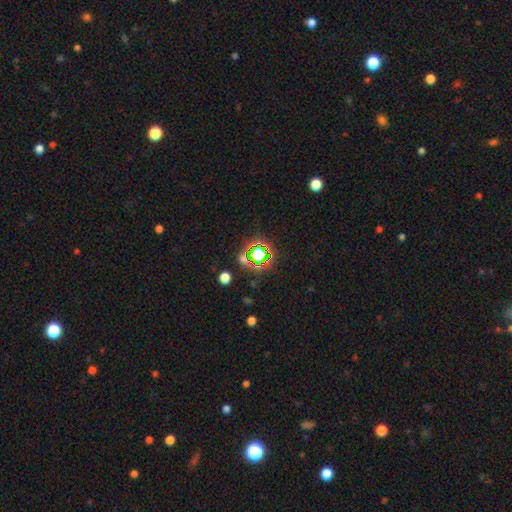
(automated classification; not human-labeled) Smooth or featured? Predicted: star or artifact (p=0.69).